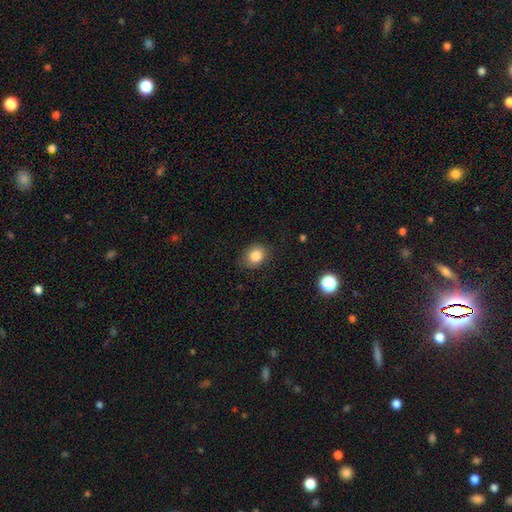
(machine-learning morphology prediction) A smooth galaxy with no disk features (84%) that is round (54%).

Vote fractions:
- Smooth or featured? smooth: 84% / star or artifact: 10% / featured or disk: 6%
- How rounded? round: 54% / in between: 46% / cigar-shaped: 1%
- Merging? none: 78% / minor disturbance: 17% / major disturbance: 4% / merger: 1%